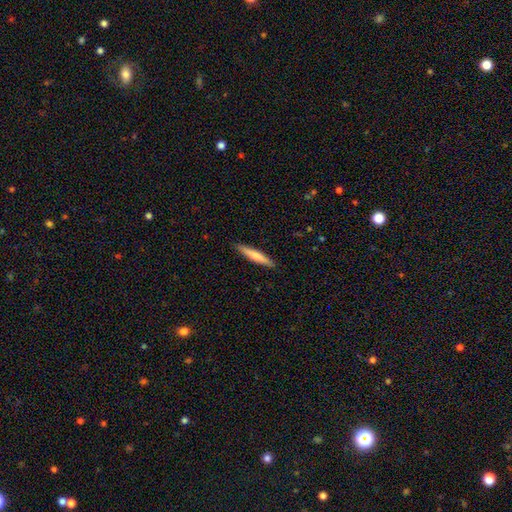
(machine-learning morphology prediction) Q: Smooth or featured?
A: smooth (69%); runner-up: featured or disk (26%)
Q: How rounded?
A: cigar-shaped (92%); runner-up: in between (7%)
Q: Merging?
A: none (91%); runner-up: minor disturbance (7%)